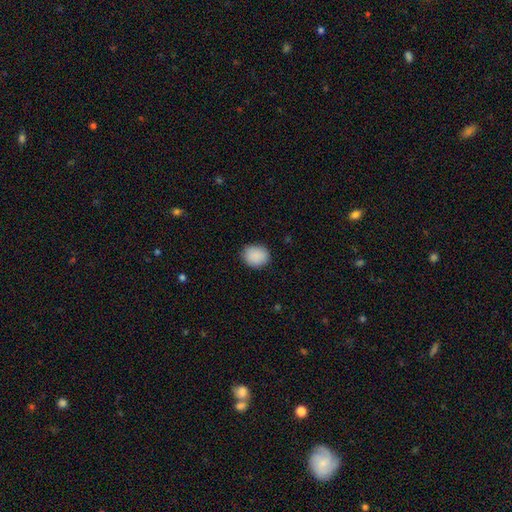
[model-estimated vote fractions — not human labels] smooth-or-featured: smooth: 90% | star or artifact: 7% | featured or disk: 3%
  how-rounded: round: 61% | in between: 38% | cigar-shaped: 1%
  merging: none: 87% | minor disturbance: 9% | major disturbance: 2% | merger: 1%